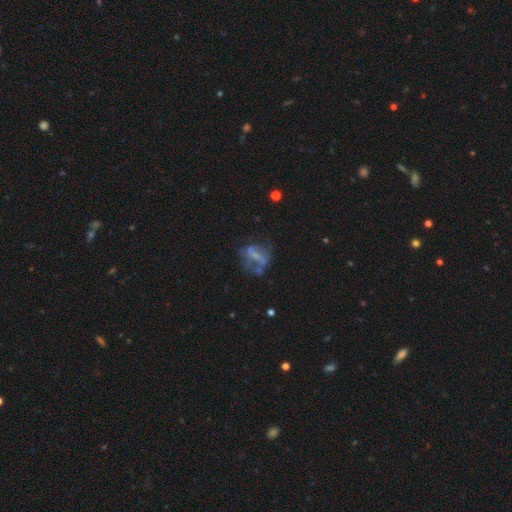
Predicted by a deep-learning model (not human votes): A featured or disk galaxy (58%) with no bar (54%), no spiral arms (75%) and no central bulge (50%). Merging: none (39%).